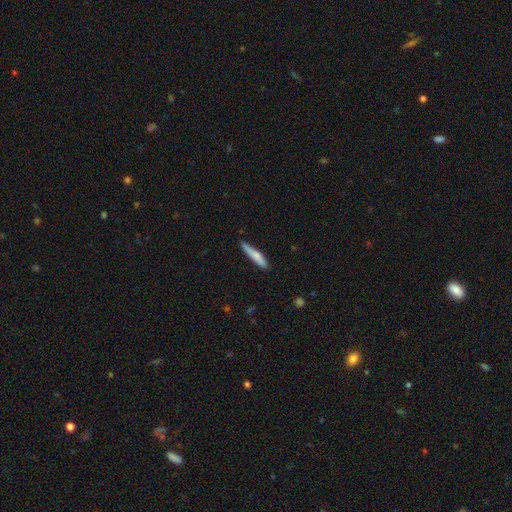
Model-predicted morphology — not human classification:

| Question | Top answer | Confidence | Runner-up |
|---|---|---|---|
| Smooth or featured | smooth | 73% | featured or disk (22%) |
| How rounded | cigar-shaped | 90% | in between (8%) |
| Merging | none | 74% | minor disturbance (20%) |